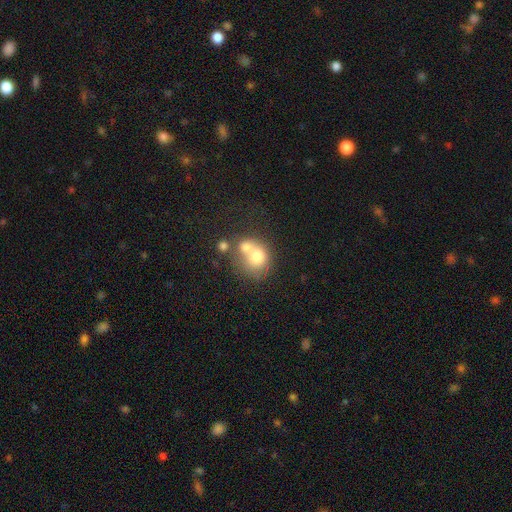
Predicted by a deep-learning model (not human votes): Q: Smooth or featured?
A: smooth (68%); runner-up: featured or disk (22%)
Q: How rounded?
A: round (71%); runner-up: in between (28%)
Q: Merging?
A: merger (60%); runner-up: none (26%)